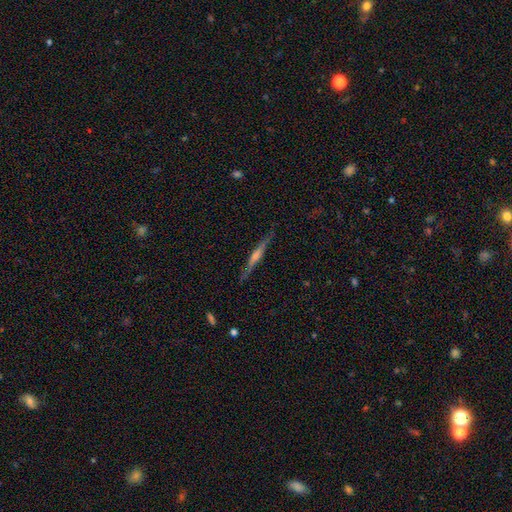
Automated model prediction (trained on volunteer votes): Smooth or featured? Predicted: featured or disk (p=0.72). Edge-on disk? Predicted: yes (p=0.97). Edge-on bulge? Predicted: rounded (p=0.62). Merging? Predicted: none (p=0.87).